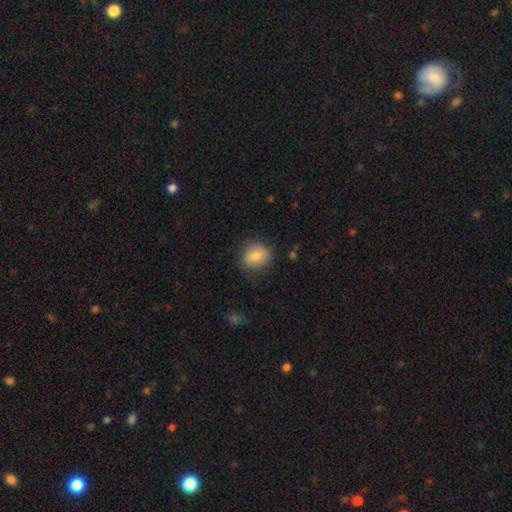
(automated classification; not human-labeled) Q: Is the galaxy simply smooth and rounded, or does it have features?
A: smooth — 80%.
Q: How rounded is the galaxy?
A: round — 65%.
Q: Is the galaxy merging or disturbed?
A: none — 78%.